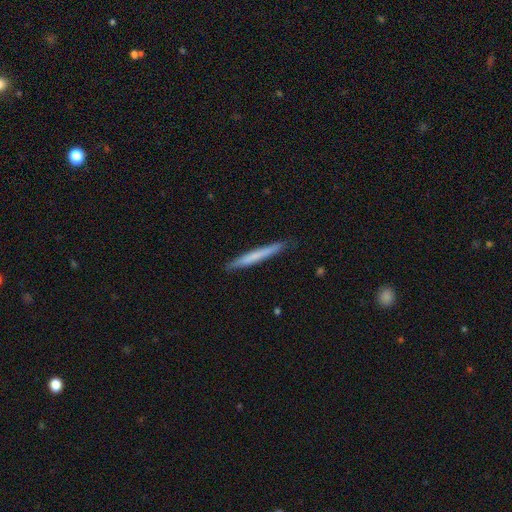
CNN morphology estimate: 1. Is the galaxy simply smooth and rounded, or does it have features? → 62% smooth, 32% featured or disk, 6% star or artifact.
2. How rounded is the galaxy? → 97% cigar-shaped, 2% in between, 1% round.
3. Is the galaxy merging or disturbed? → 89% none, 9% minor disturbance, 1% major disturbance, 1% merger.